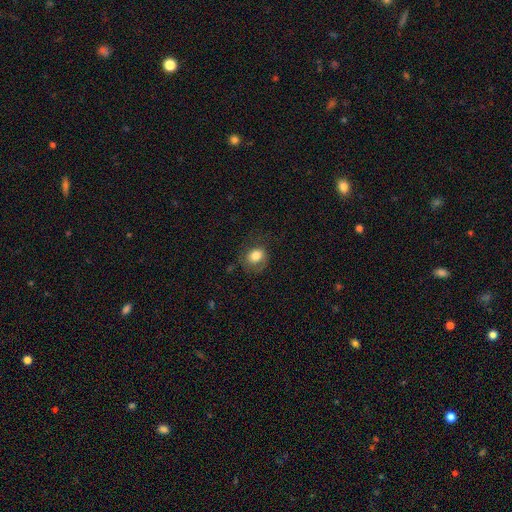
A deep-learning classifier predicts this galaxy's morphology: Smooth or featured? Predicted: smooth (p=0.78). How rounded? Predicted: round (p=0.59). Merging? Predicted: none (p=0.59).